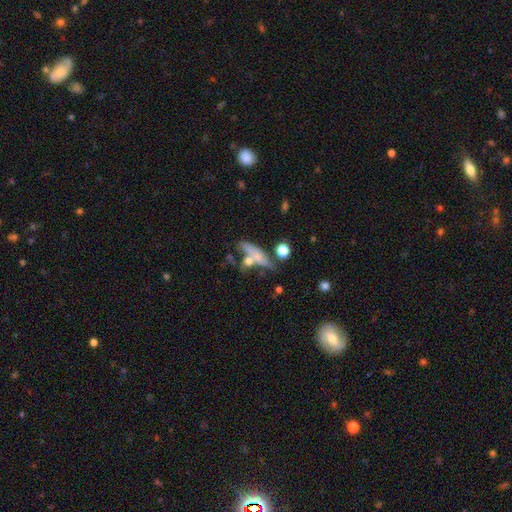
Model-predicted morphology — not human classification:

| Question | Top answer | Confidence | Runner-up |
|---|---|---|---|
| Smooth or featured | smooth | 61% | featured or disk (30%) |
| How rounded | cigar-shaped | 54% | in between (38%) |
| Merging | none | 45% | merger (27%) |